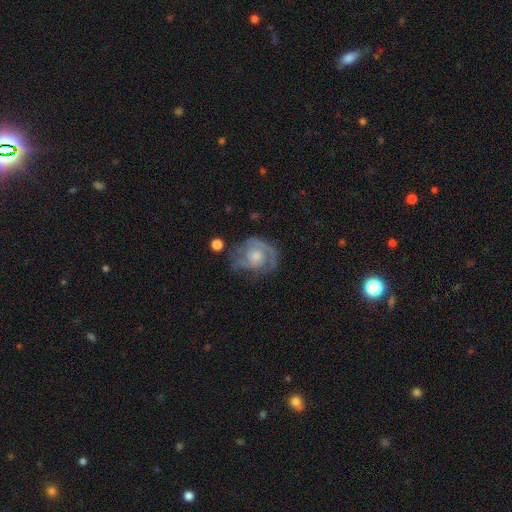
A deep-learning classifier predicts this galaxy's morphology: Smooth or featured? featured or disk (69%)
Edge-on disk? no (98%)
Bar? no (76%)
Spiral arms? yes (80%)
Spiral winding? tight (47%)
Spiral arm count? 2 (42%)
Bulge size? small (45%)
Merging? none (50%)